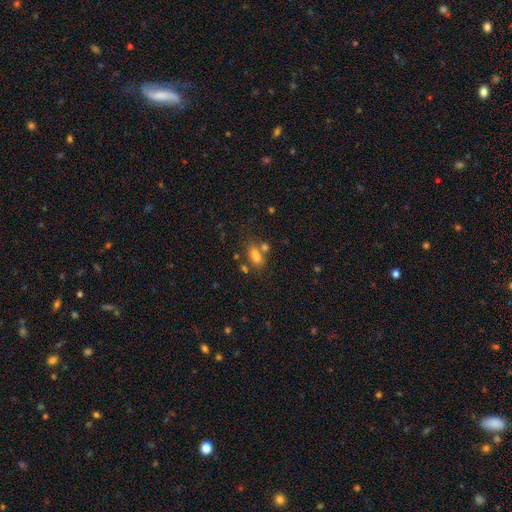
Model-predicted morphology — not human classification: Smooth or featured? smooth (72%)
How rounded? in between (78%)
Merging? none (46%)